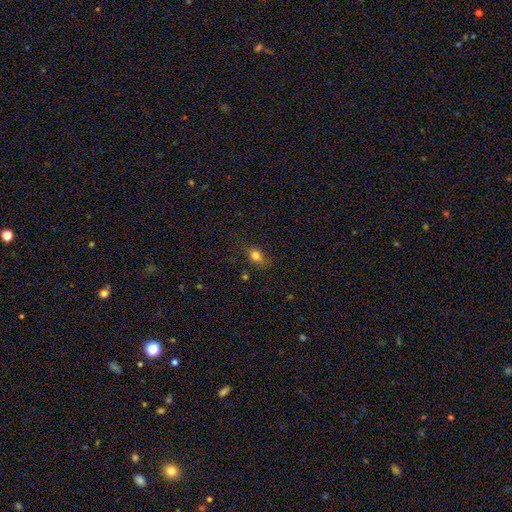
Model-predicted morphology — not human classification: This is likely a smooth galaxy (77%). How rounded: likely in between (62%). Merging: likely none (68%).